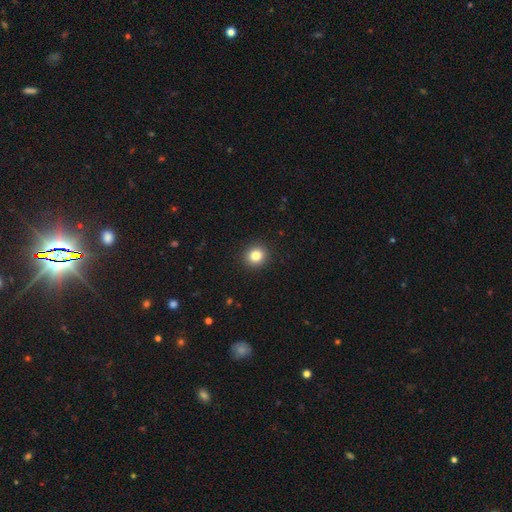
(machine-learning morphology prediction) smooth-or-featured: smooth: 83% | star or artifact: 11% | featured or disk: 6%
  how-rounded: round: 89% | in between: 10% | cigar-shaped: 1%
  merging: none: 93% | minor disturbance: 5% | major disturbance: 2% | merger: 1%